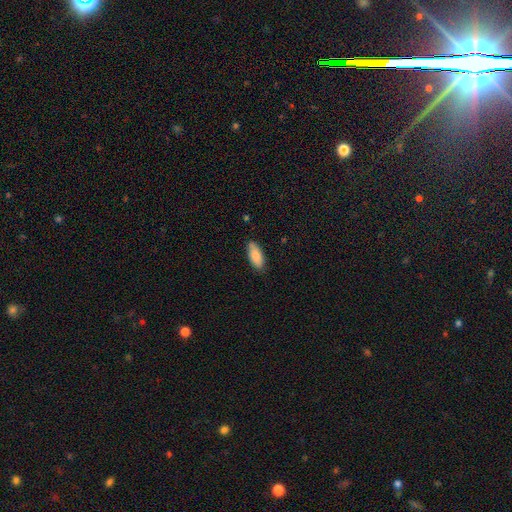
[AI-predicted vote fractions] Morphology: type=smooth (86%); roundness=in between (81%); merging=none (79%).